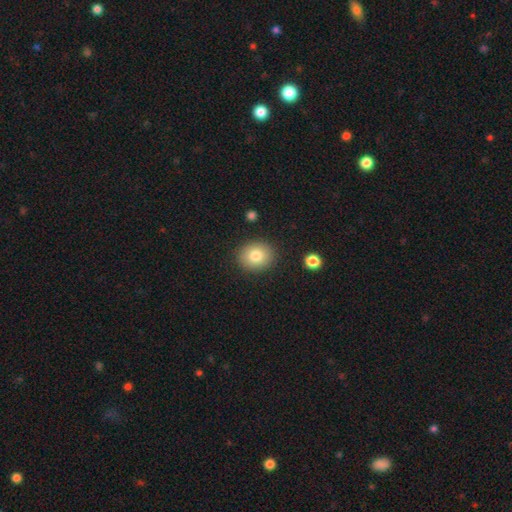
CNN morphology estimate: The model was most divided on "how rounded": round: 67%, in between: 32%, cigar-shaped: 1%. More confident: merging — none (88%); smooth or featured — smooth (81%).